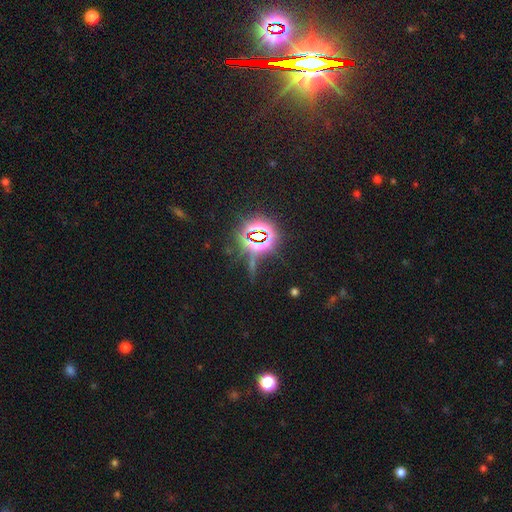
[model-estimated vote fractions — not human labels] Smooth or featured? star or artifact (80%)